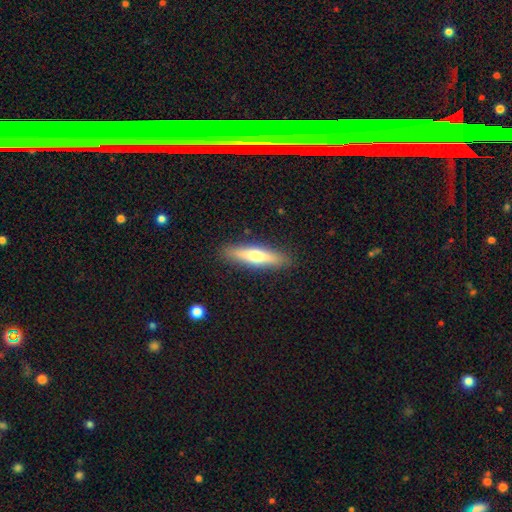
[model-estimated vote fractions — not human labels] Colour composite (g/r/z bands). It shows a smooth galaxy with no disk features (55%) that is cigar-shaped (78%). Merging: none (89%).